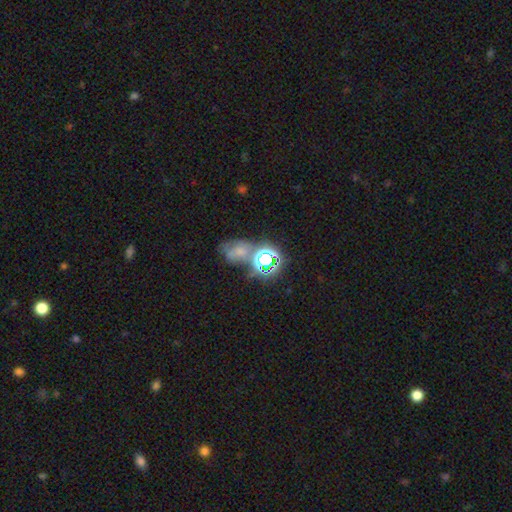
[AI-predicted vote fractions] Smooth or featured: star or artifact — 46% (smooth — 41%)